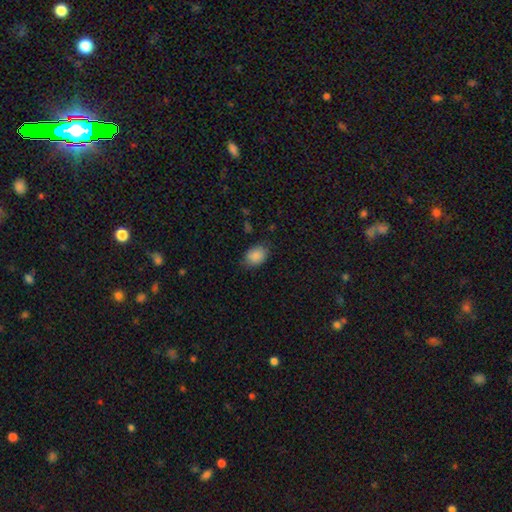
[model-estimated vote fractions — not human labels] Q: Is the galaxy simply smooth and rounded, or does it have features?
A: smooth — 88%.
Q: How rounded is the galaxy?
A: in between — 73%.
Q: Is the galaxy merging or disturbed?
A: none — 81%.